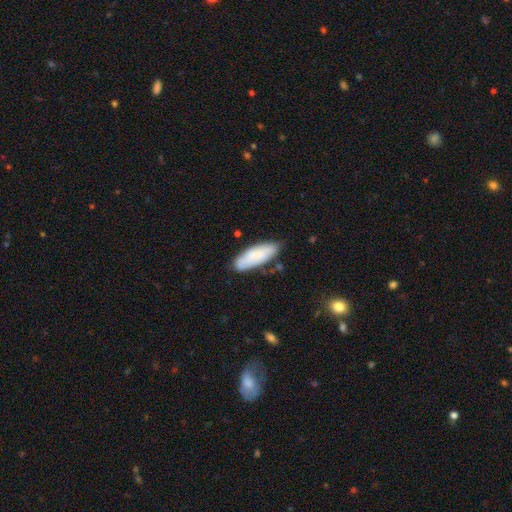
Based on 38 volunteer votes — Volunteers were most divided on "how rounded": in between: 63%, cigar-shaped: 37%, round: 0%. More confident: smooth or featured — smooth (79%); merging — none (64%).